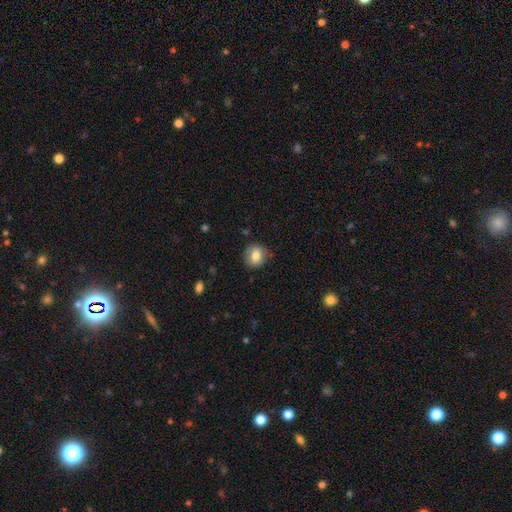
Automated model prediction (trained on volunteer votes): smooth-or-featured: smooth: 73% | featured or disk: 18% | star or artifact: 8%
  how-rounded: round: 69% | in between: 30% | cigar-shaped: 1%
  merging: none: 81% | minor disturbance: 14% | major disturbance: 4% | merger: 1%